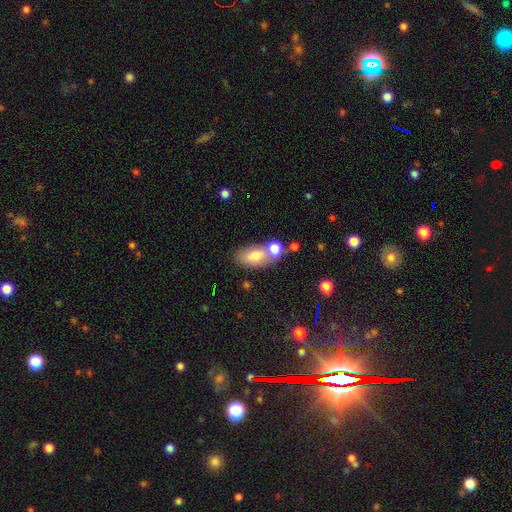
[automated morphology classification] type=smooth (73%); roundness=in between (86%); merging=none (43%).